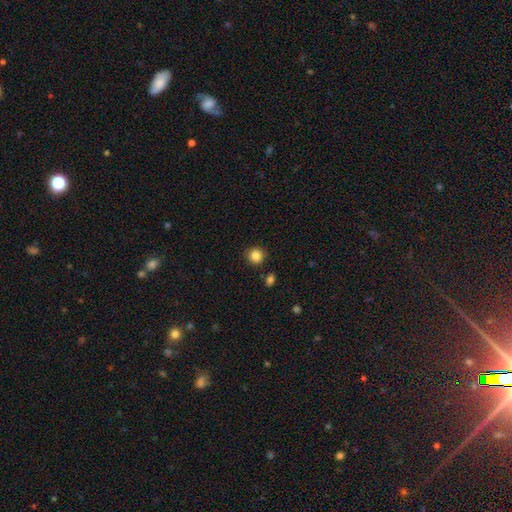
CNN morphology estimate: Smooth or featured? Predicted: smooth (p=0.86). How rounded? Predicted: round (p=0.91). Merging? Predicted: none (p=0.88).